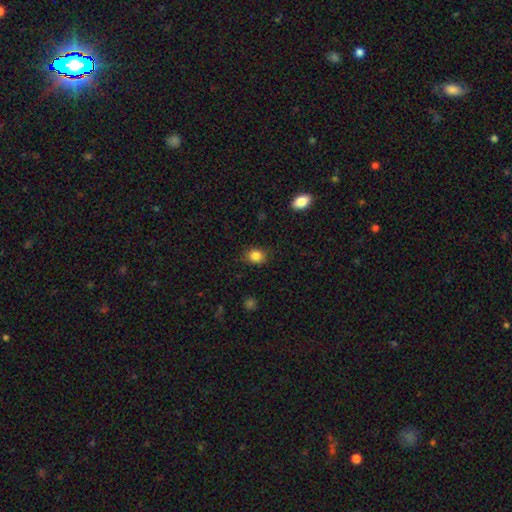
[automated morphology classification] The model was most divided on "how rounded": round: 56%, in between: 43%, cigar-shaped: 1%. More confident: merging — none (85%); smooth or featured — smooth (85%).